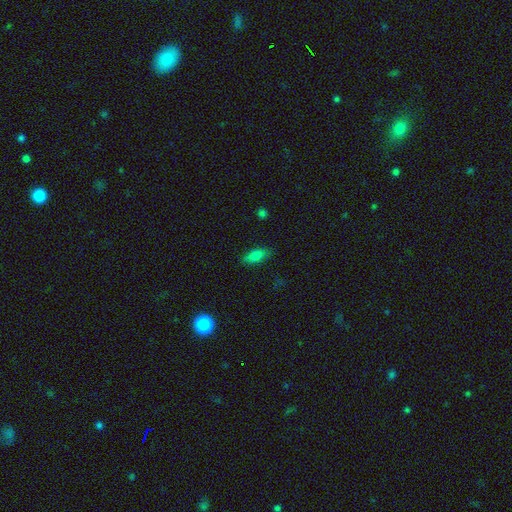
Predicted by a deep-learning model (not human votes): This appears to be a smooth galaxy with no disk features (73%) that is in between round and cigar-shaped (75%). Merging: none (84%).